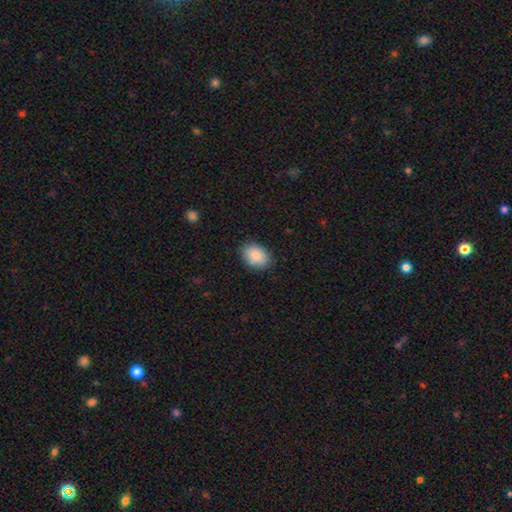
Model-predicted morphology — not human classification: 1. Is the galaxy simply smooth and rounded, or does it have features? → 88% smooth, 7% star or artifact, 4% featured or disk.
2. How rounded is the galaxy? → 82% in between, 17% round, 1% cigar-shaped.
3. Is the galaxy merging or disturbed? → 86% none, 10% minor disturbance, 2% major disturbance, 1% merger.